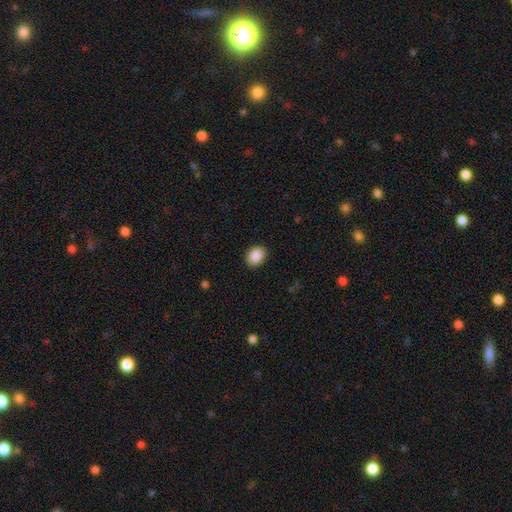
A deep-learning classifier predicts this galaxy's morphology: Smooth or featured? Predicted: smooth (p=0.89). How rounded? Predicted: in between (p=0.58). Merging? Predicted: none (p=0.89).